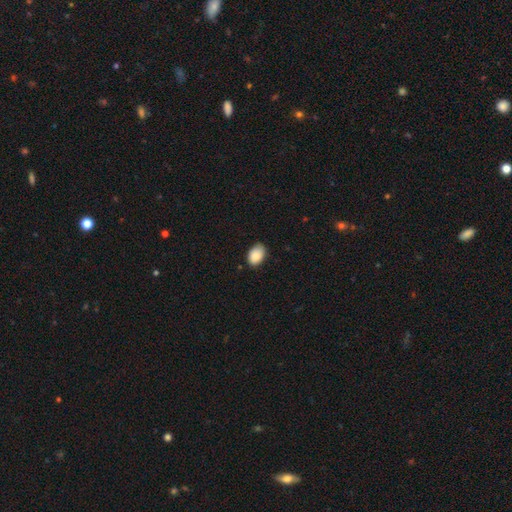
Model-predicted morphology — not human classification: A smooth galaxy with no disk features (88%) that is in between round and cigar-shaped (85%).

Vote fractions:
- Smooth or featured? smooth: 88% / star or artifact: 7% / featured or disk: 5%
- How rounded? in between: 85% / round: 14% / cigar-shaped: 1%
- Merging? none: 76% / minor disturbance: 20% / major disturbance: 3% / merger: 1%